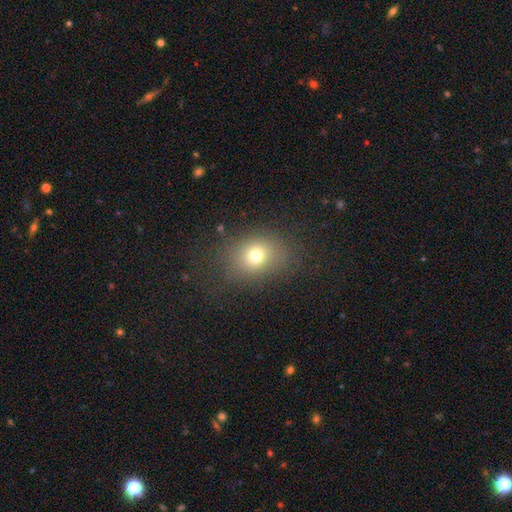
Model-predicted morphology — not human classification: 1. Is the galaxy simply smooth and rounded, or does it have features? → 72% smooth, 16% star or artifact, 12% featured or disk.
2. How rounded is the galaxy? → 52% in between, 47% round, 1% cigar-shaped.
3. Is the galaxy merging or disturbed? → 77% none, 13% minor disturbance, 8% major disturbance, 1% merger.